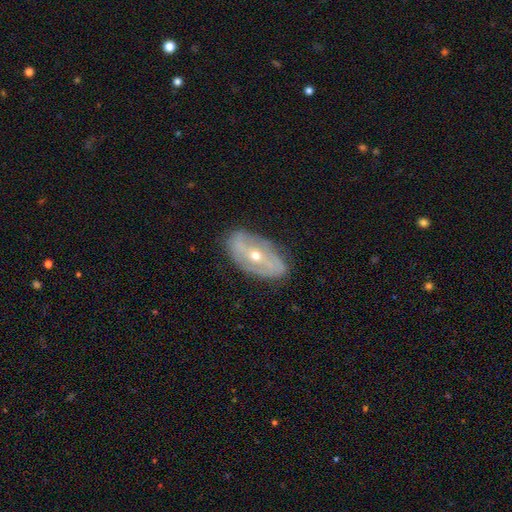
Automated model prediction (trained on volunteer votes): Morphology: type=featured or disk (76%); edge-on=no (90%); bar=strong (34%); spiral arms=yes (72%); bulge=moderate (51%); merging=none (77%).